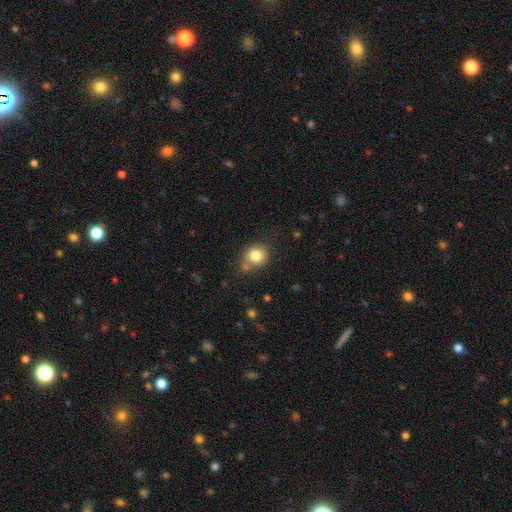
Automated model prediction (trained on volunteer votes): Smooth or featured? Predicted: smooth (p=0.81). How rounded? Predicted: round (p=0.74). Merging? Predicted: none (p=0.68).